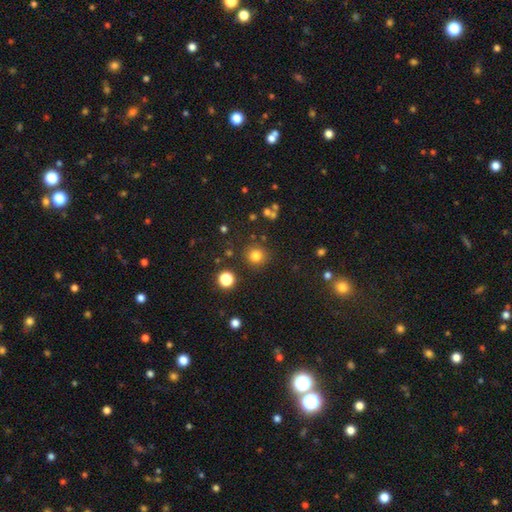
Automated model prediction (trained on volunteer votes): The model was most divided on "smooth or featured": smooth: 80%, star or artifact: 15%, featured or disk: 6%. More confident: how rounded — round (93%); merging — none (87%).